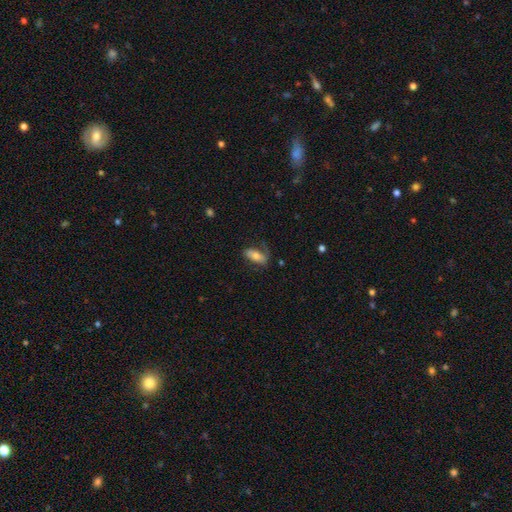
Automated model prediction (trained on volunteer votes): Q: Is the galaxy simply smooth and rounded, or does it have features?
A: smooth — 58%.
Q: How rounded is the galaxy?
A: in between — 79%.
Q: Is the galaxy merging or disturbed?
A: none — 57%.